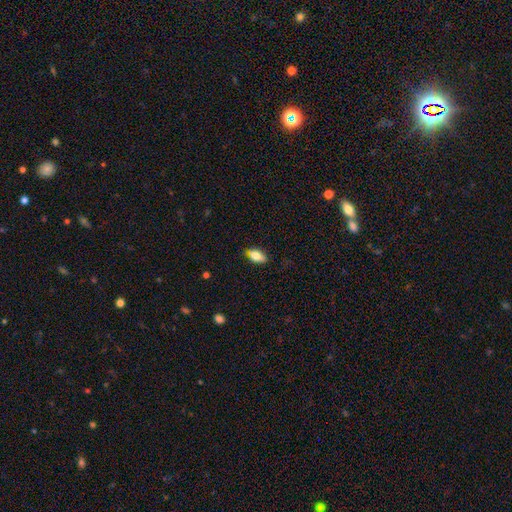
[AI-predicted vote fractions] This appears to be a smooth galaxy with no disk features (81%) that is in between round and cigar-shaped (89%). Merging: none (81%).